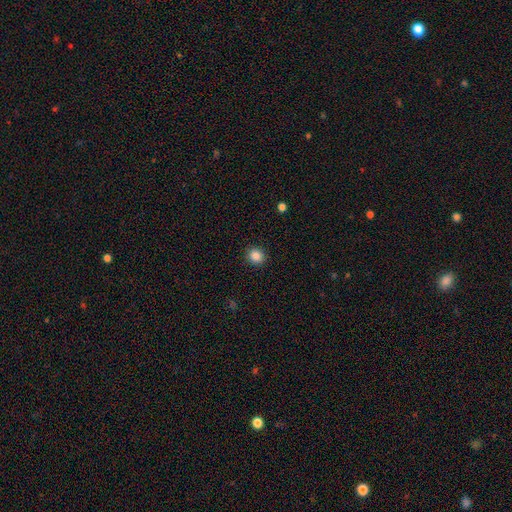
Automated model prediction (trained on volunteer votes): Q: Smooth or featured?
A: smooth (86%); runner-up: star or artifact (10%)
Q: How rounded?
A: round (86%); runner-up: in between (13%)
Q: Merging?
A: none (91%); runner-up: minor disturbance (6%)